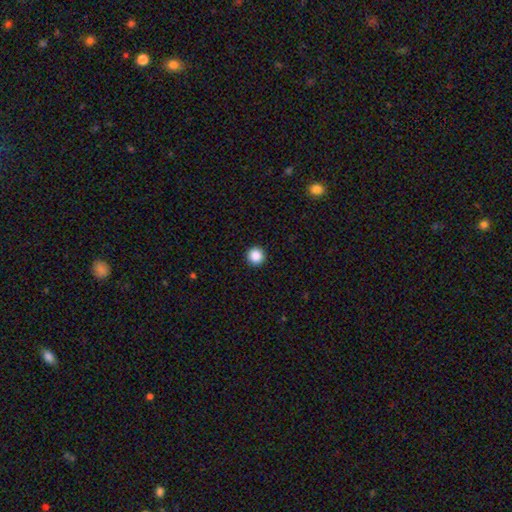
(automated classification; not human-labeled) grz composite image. It shows a smooth galaxy with no disk features (88%) that is round (96%). Merging: none (94%).